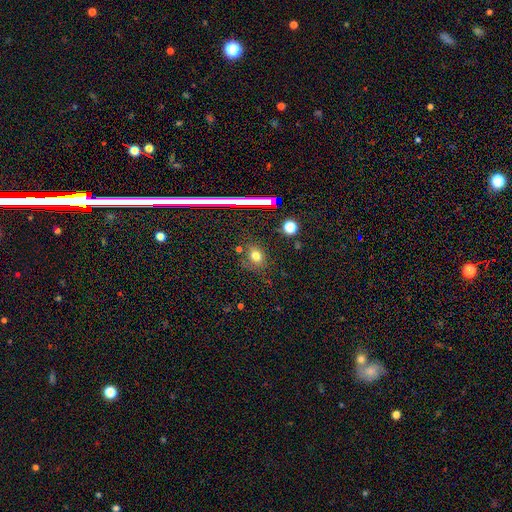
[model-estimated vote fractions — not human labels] smooth_or_featured: smooth (p=0.71) [alt: star or artifact p=0.19]
how_rounded: round (p=0.51) [alt: in between p=0.47]
merging: none (p=0.75) [alt: minor disturbance p=0.14]